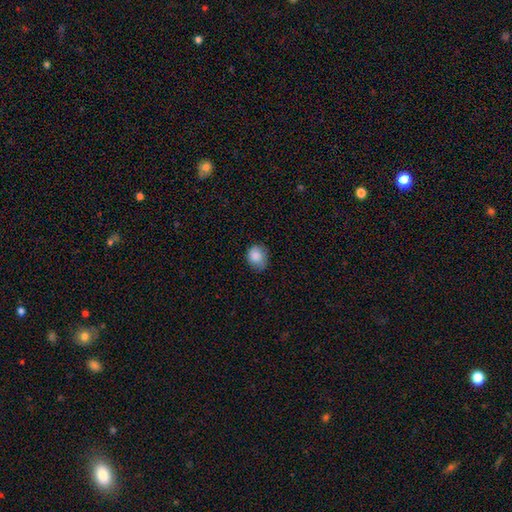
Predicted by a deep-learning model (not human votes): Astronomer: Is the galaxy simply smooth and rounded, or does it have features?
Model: smooth — 86%.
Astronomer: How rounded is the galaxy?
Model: round — 60% (runner-up: in between, 39%).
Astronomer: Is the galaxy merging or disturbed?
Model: none — 62%.